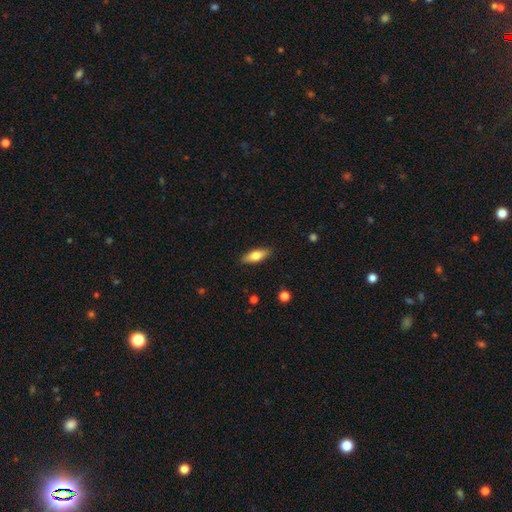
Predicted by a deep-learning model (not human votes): Overall: smooth (72%). How rounded: in between (67%; cigar-shaped 31%). Merging: none (88%).